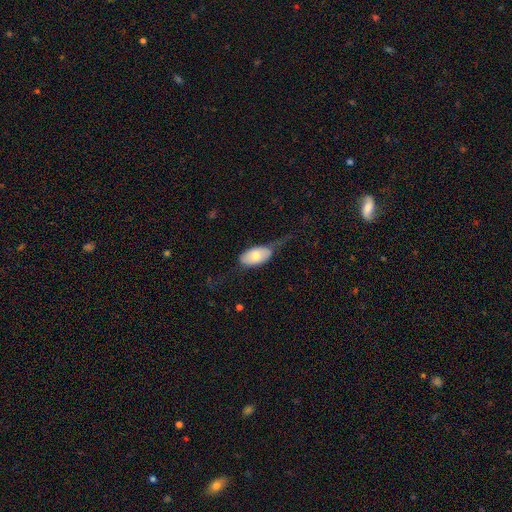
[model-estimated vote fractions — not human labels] Smooth or featured: smooth — 70% (featured or disk — 23%)
How rounded: in between — 94% (round — 3%)
Merging: none — 35% (minor disturbance — 31%)